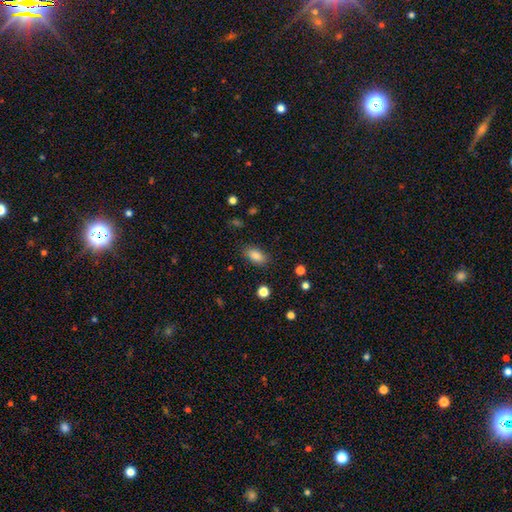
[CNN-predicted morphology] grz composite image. It shows a smooth galaxy with no disk features (86%) that is in between round and cigar-shaped (89%). Merging: none (85%).